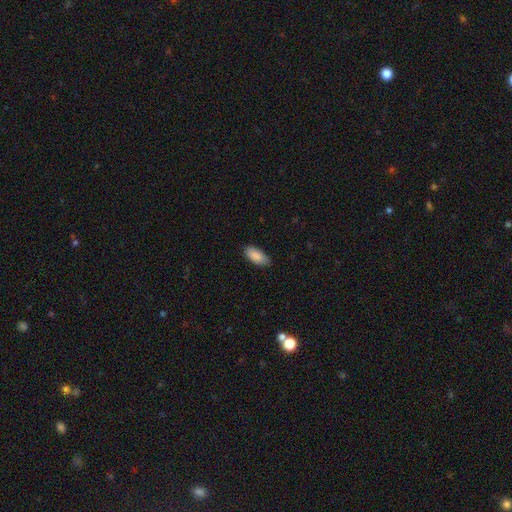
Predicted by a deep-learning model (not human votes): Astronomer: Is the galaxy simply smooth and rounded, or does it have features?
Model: smooth — 88%.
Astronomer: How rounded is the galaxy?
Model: in between — 89%.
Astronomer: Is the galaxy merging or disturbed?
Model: none — 84%.